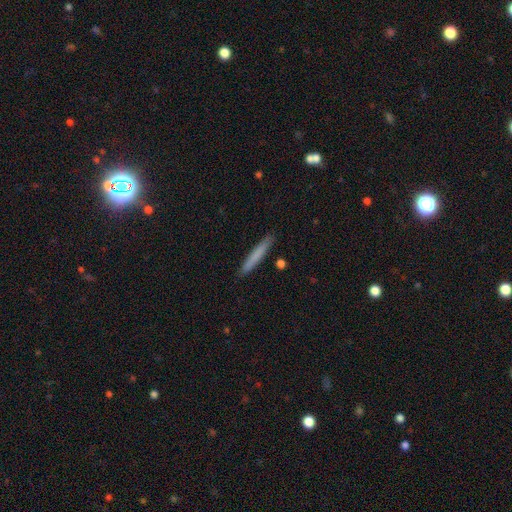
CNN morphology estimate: The model was most divided on "smooth or featured": smooth: 74%, featured or disk: 20%, star or artifact: 6%. More confident: how rounded — cigar-shaped (96%); merging — none (89%).